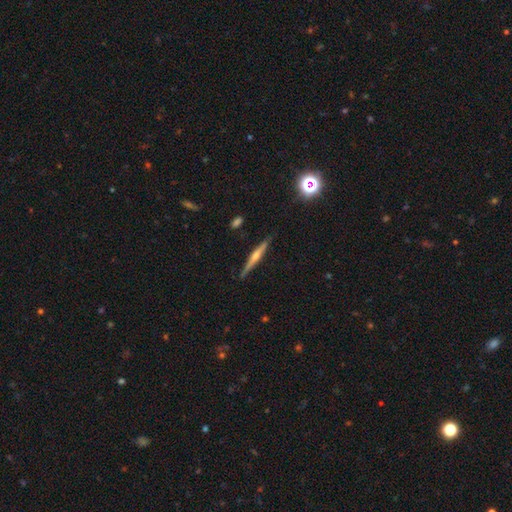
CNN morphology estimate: smooth_or_featured: featured or disk (p=0.70) [alt: smooth p=0.22]
disk_edge_on: yes (p=0.98) [alt: no p=0.02]
edge_on_bulge: rounded (p=0.77) [alt: none p=0.14]
merging: none (p=0.89) [alt: minor disturbance p=0.08]